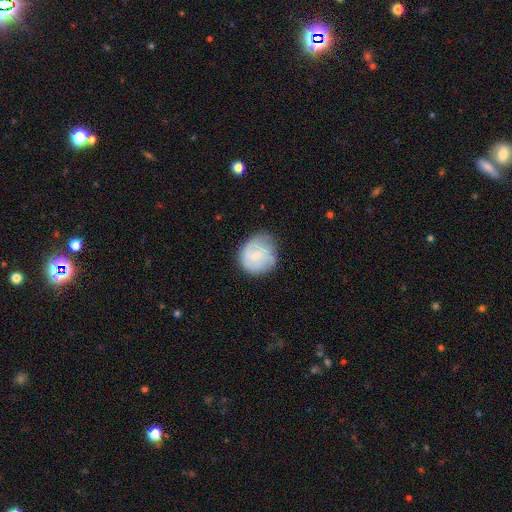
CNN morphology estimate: Smooth or featured? smooth (59%)
How rounded? round (82%)
Merging? none (58%)